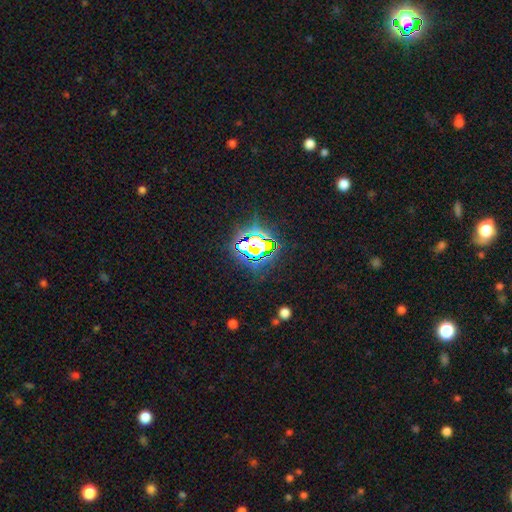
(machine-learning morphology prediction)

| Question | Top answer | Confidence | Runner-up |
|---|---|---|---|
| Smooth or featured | star or artifact | 77% | smooth (13%) |